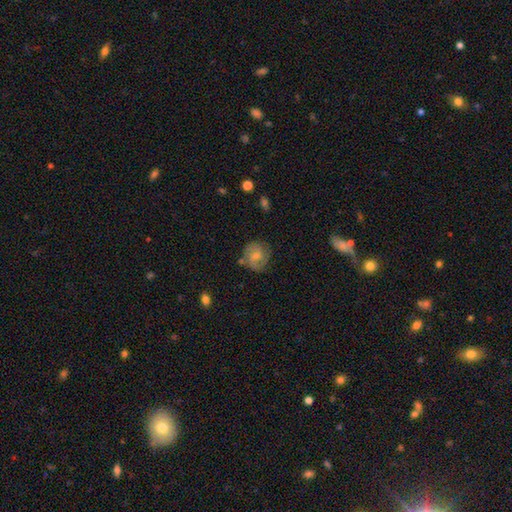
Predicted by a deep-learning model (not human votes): Smooth or featured?
  - featured or disk: 47% *
  - smooth: 45%
  - star or artifact: 8%
Merging?
  - none: 71% *
  - minor disturbance: 19%
  - major disturbance: 6%
  - merger: 4%